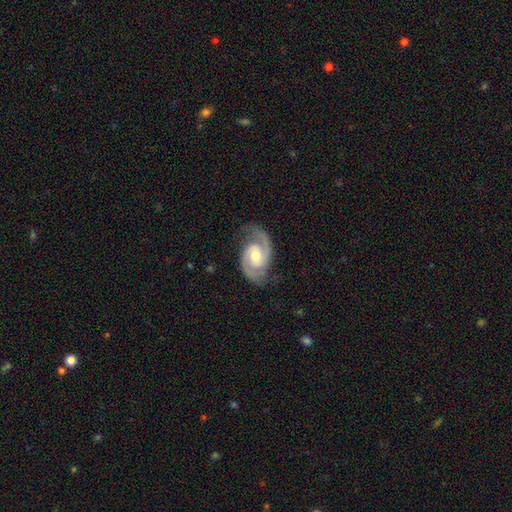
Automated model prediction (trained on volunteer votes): This appears to be a featured or disk galaxy (92%) with a weak bar (48%), 2 (93%) medium (53%) spiral arms (98%) and a moderate central bulge (67%). Merging: none (78%).